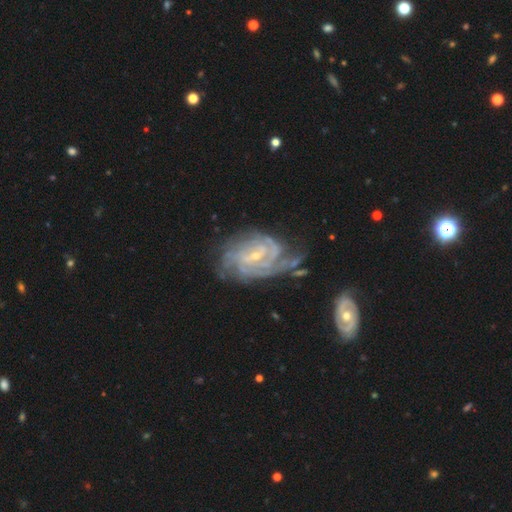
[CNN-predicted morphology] This is clearly a featured or disk galaxy (89%). It is clearly not viewed edge-on (97%). Bar: possibly weak (46%). Spiral arm pattern: clearly yes (96%). Spiral arm count: marginally can't tell (32%). Spiral winding: likely tight (69%). Central bulge: likely small (74%). Merging: possibly none (51%).